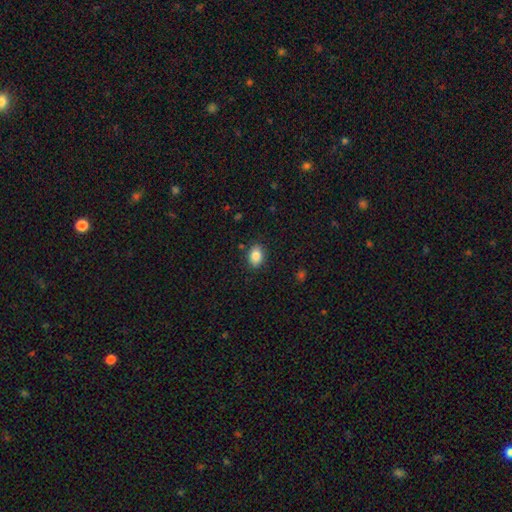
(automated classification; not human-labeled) Smooth or featured: smooth — 85% (star or artifact — 8%)
How rounded: in between — 80% (round — 19%)
Merging: none — 87% (minor disturbance — 9%)